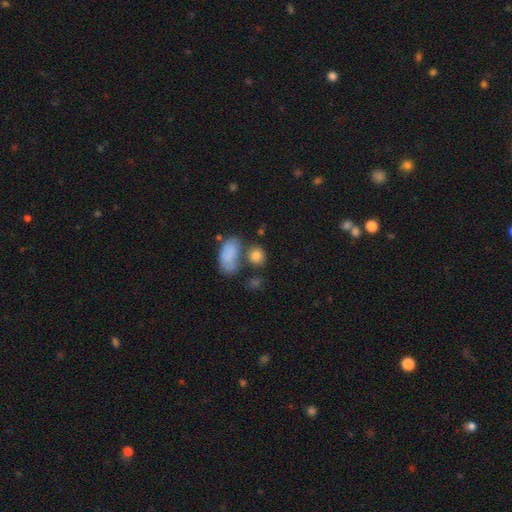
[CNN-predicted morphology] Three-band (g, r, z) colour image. It shows a smooth galaxy with no disk features (83%) that is in between round and cigar-shaped (59%). Merging: none (56%).